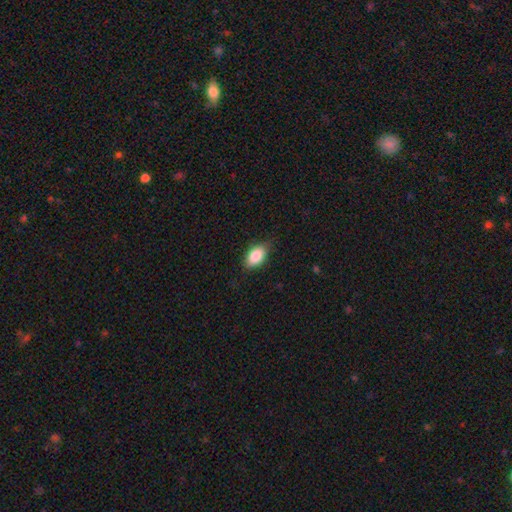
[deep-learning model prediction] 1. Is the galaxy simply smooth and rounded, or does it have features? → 85% smooth, 8% featured or disk, 7% star or artifact.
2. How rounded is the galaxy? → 90% in between, 7% round, 2% cigar-shaped.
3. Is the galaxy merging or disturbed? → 77% none, 18% minor disturbance, 3% major disturbance, 1% merger.